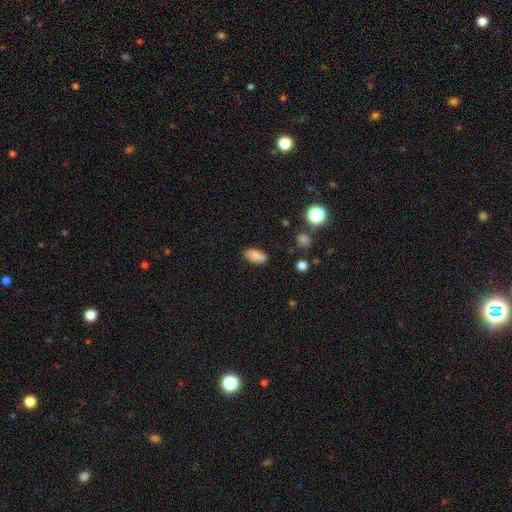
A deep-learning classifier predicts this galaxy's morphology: smooth 82%, star or artifact 10%, featured or disk 9%. Down the decision tree: how rounded — in between (88%); merging — none (78%).